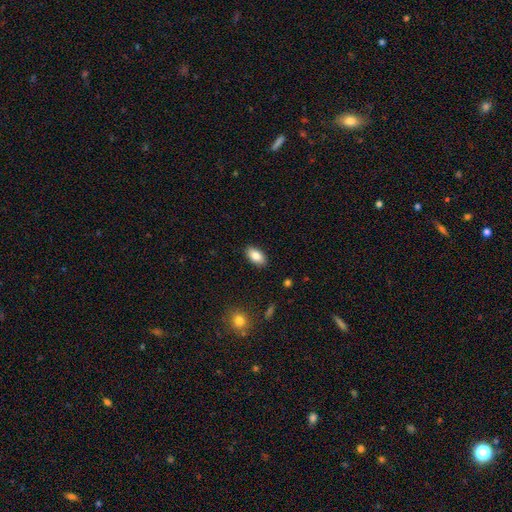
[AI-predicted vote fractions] smooth-or-featured: smooth: 84% | featured or disk: 9% | star or artifact: 7%
  how-rounded: in between: 93% | round: 4% | cigar-shaped: 3%
  merging: none: 88% | minor disturbance: 9% | major disturbance: 2% | merger: 1%